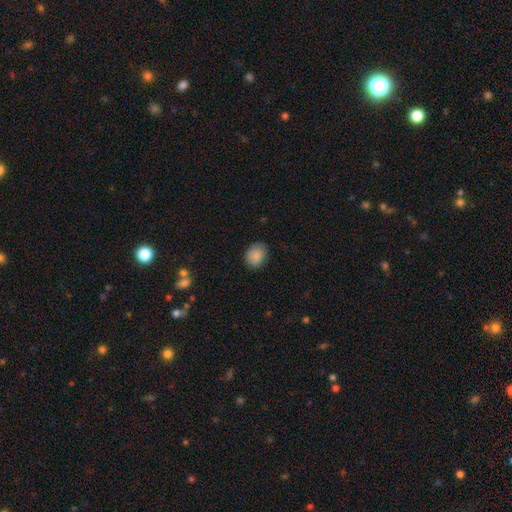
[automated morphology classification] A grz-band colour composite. It shows a smooth galaxy with no disk features (88%) that is in between round and cigar-shaped (52%). Merging: none (79%).